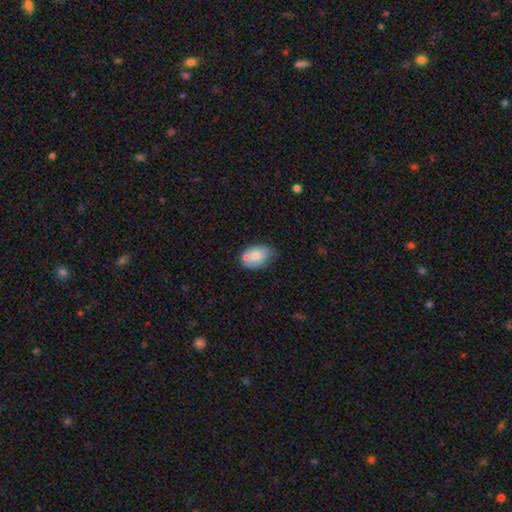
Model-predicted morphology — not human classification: smooth-or-featured: smooth: 72% | featured or disk: 21% | star or artifact: 7%
  how-rounded: in between: 84% | round: 15% | cigar-shaped: 1%
  merging: none: 50% | minor disturbance: 26% | merger: 18% | major disturbance: 6%